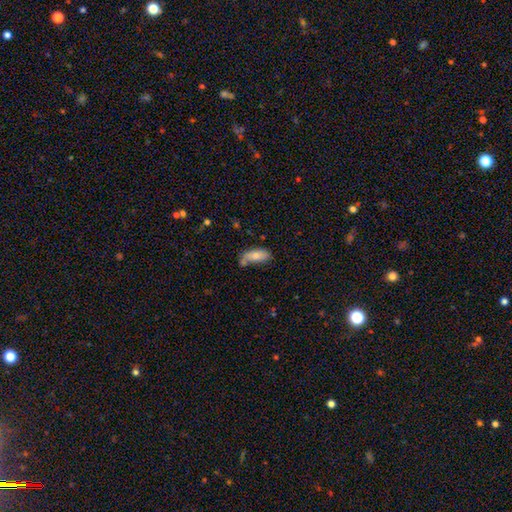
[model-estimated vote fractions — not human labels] The model was most divided on "merging": none: 53%, minor disturbance: 23%, merger: 17%, major disturbance: 6%. More confident: how rounded — in between (81%); smooth or featured — smooth (75%).